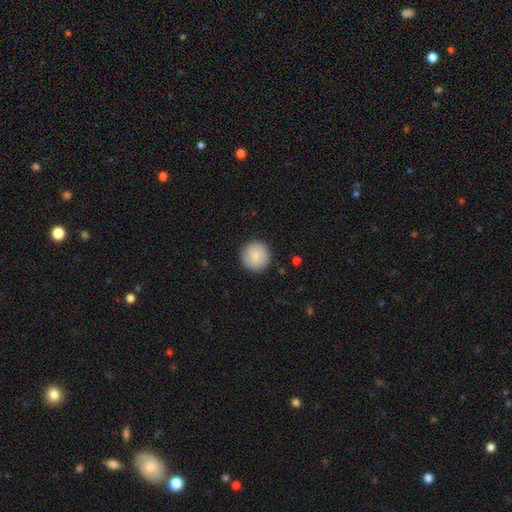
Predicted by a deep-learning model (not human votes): Smooth or featured?
  - smooth: 85% *
  - featured or disk: 9%
  - star or artifact: 7%
How rounded?
  - round: 95% *
  - in between: 4%
  - cigar-shaped: 1%
Merging?
  - none: 91% *
  - minor disturbance: 6%
  - major disturbance: 2%
  - merger: 1%